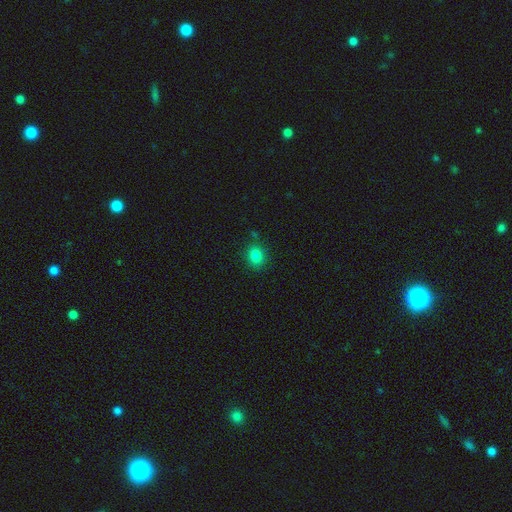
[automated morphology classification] smooth_or_featured: smooth (p=0.83) [alt: star or artifact p=0.12]
how_rounded: round (p=0.57) [alt: in between p=0.42]
merging: none (p=0.84) [alt: minor disturbance p=0.10]